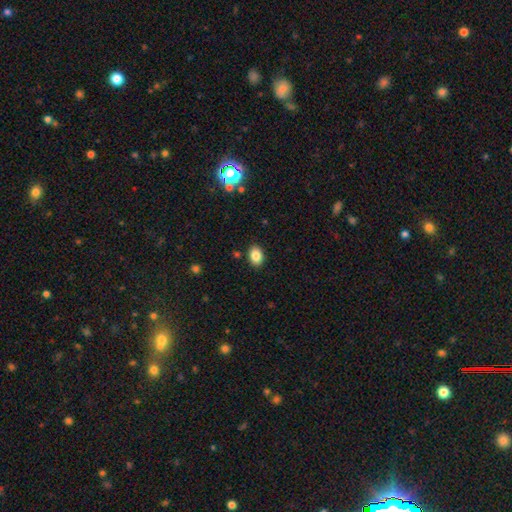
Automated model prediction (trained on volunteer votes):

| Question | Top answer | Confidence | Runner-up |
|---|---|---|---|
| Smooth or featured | smooth | 85% | star or artifact (9%) |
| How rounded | in between | 75% | round (24%) |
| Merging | none | 88% | minor disturbance (8%) |